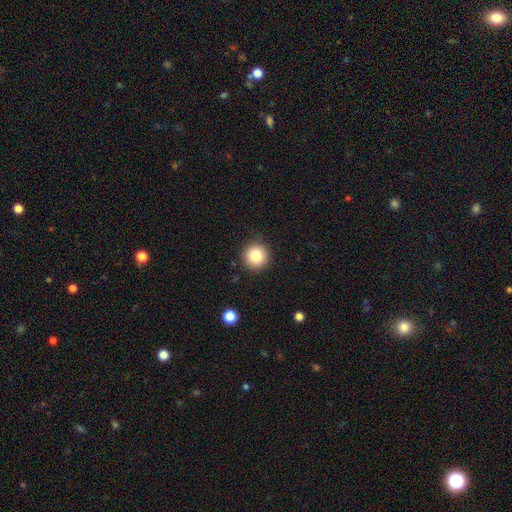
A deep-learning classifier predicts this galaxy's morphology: Smooth or featured?
  - smooth: 82% *
  - star or artifact: 10%
  - featured or disk: 8%
How rounded?
  - round: 95% *
  - in between: 4%
  - cigar-shaped: 1%
Merging?
  - none: 90% *
  - minor disturbance: 7%
  - major disturbance: 2%
  - merger: 1%